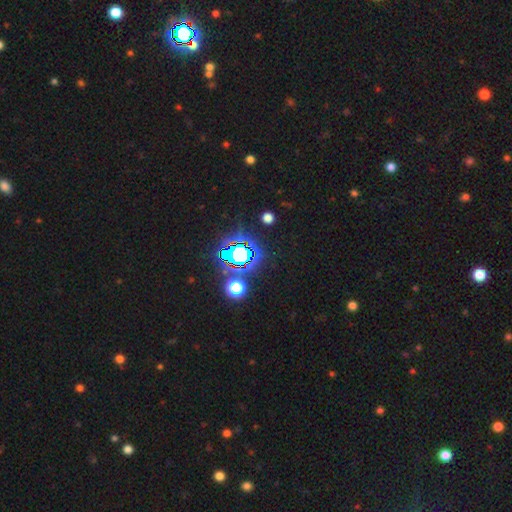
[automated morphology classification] A star or artifact, not a galaxy (78%).